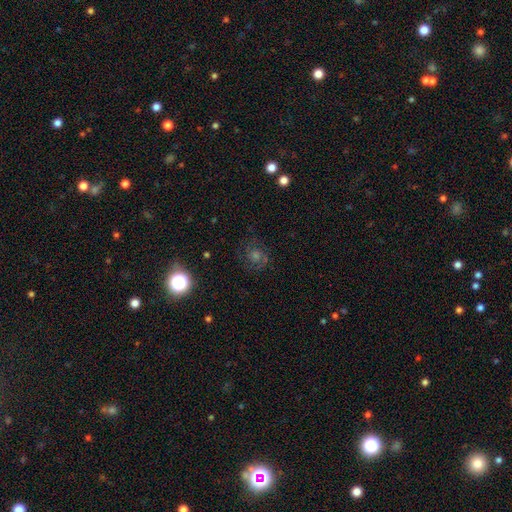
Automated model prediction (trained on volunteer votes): smooth_or_featured: featured or disk (p=0.43) [alt: star or artifact p=0.32]
merging: none (p=0.78) [alt: minor disturbance p=0.13]